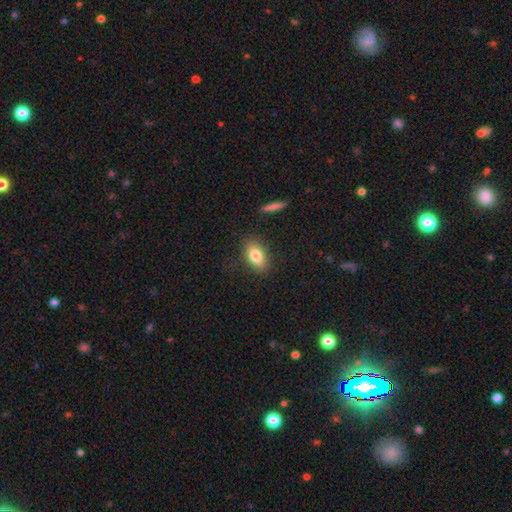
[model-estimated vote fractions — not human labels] The model was most divided on "smooth or featured": smooth: 80%, featured or disk: 12%, star or artifact: 8%. More confident: how rounded — in between (86%); merging — none (83%).